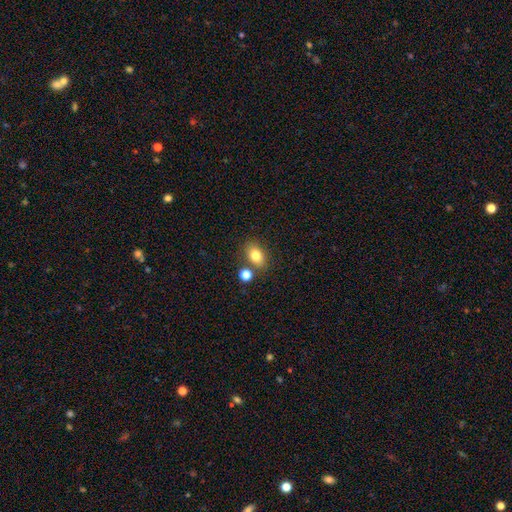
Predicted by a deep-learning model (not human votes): Overall: smooth (80%). How rounded: in between (74%). Merging: none (71%).